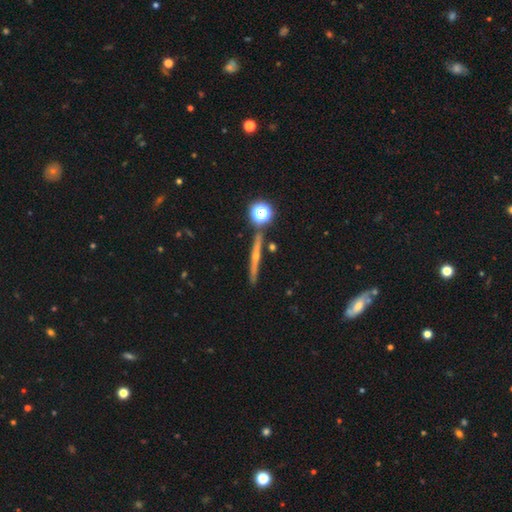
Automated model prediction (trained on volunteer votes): Smooth or featured? featured or disk (53%)
Edge-on disk? yes (89%)
Merging? none (78%)